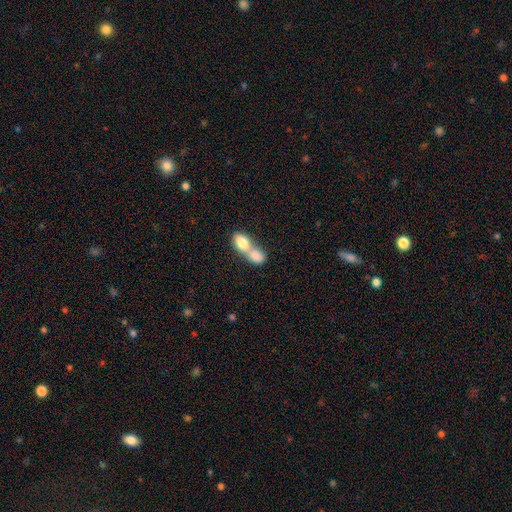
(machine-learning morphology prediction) smooth-or-featured: smooth: 78% | featured or disk: 15% | star or artifact: 7%
  how-rounded: in between: 72% | round: 23% | cigar-shaped: 5%
  merging: merger: 80% | none: 12% | minor disturbance: 4% | major disturbance: 3%